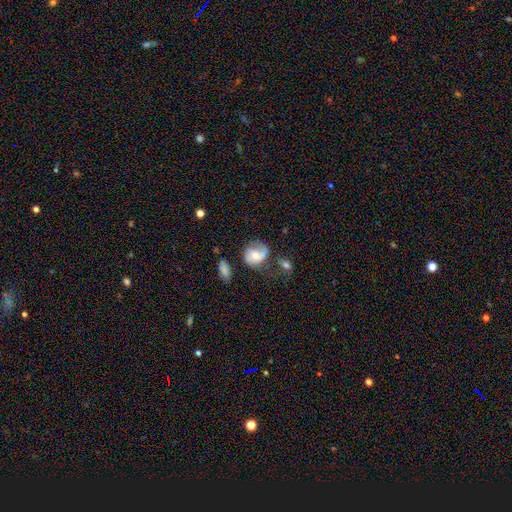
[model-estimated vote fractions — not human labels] smooth 46% (tied), featured or disk 46% (tied), star or artifact 8%. Down the decision tree: merging — none (41%).